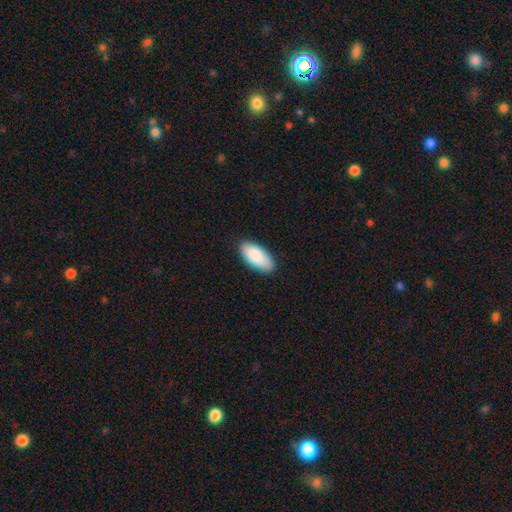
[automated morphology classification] Smooth or featured?
  - smooth: 88% *
  - featured or disk: 6%
  - star or artifact: 6%
How rounded?
  - in between: 92% *
  - cigar-shaped: 6%
  - round: 2%
Merging?
  - none: 87% *
  - minor disturbance: 11%
  - major disturbance: 2%
  - merger: 1%